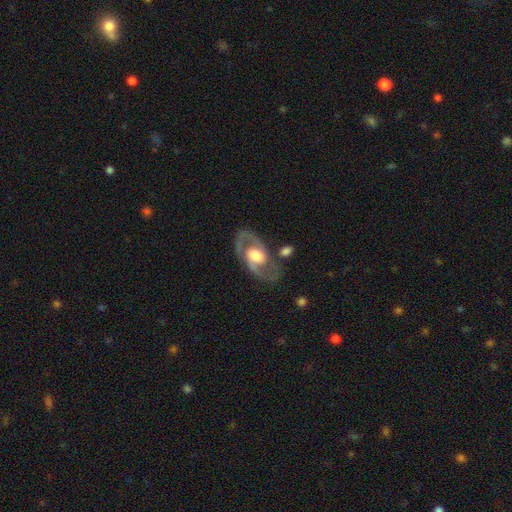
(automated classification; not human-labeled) Smooth or featured? Predicted: featured or disk (p=0.84). Edge-on disk? Predicted: no (p=0.95). Bar? Predicted: no (p=0.47). Spiral arms? Predicted: yes (p=0.88). Spiral winding? Predicted: medium (p=0.59). Spiral arm count? Predicted: 2 (p=0.90). Bulge size? Predicted: moderate (p=0.48). Merging? Predicted: none (p=0.74).